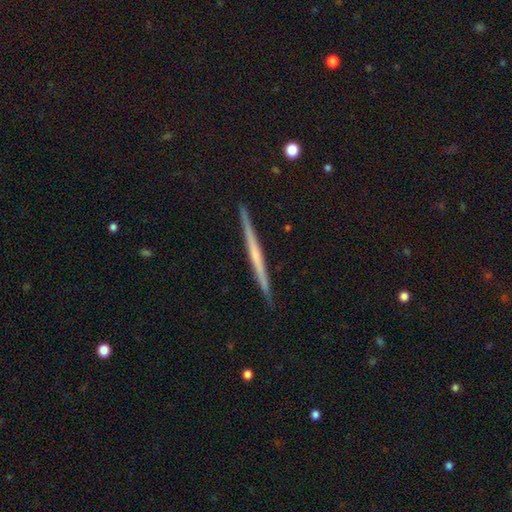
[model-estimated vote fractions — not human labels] Morphology: type=featured or disk (63%); edge-on=yes (98%); edge-on bulge=none (76%); merging=none (92%).